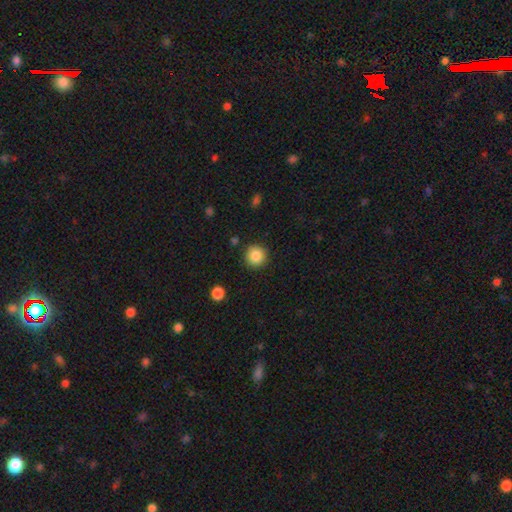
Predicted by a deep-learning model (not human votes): smooth-or-featured: smooth: 86% | star or artifact: 9% | featured or disk: 4%
  how-rounded: round: 94% | in between: 5% | cigar-shaped: 1%
  merging: none: 89% | minor disturbance: 7% | major disturbance: 2% | merger: 2%